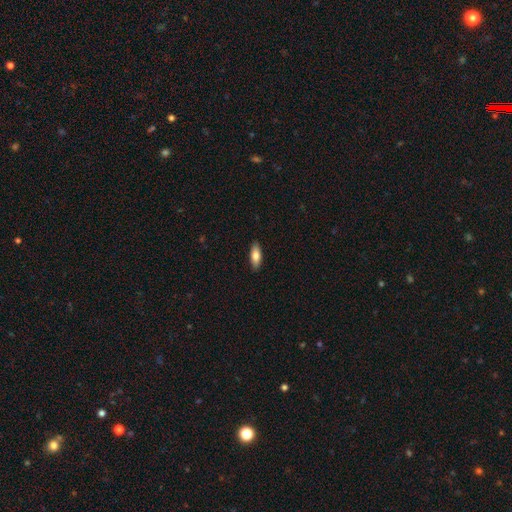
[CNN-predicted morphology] Overall: smooth (79%). How rounded: in between (72%). Merging: none (89%).